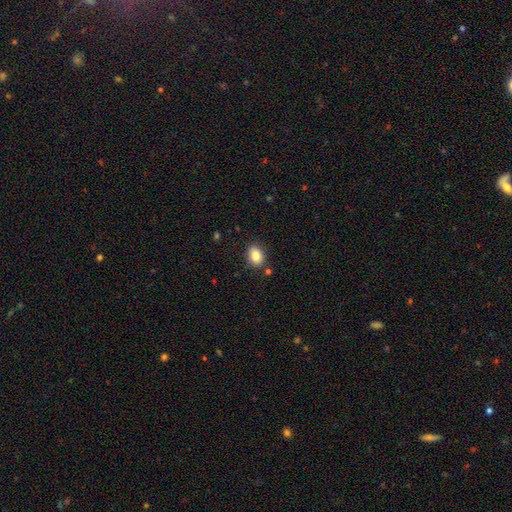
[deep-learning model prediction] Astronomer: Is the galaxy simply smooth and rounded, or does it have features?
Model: smooth — 83%.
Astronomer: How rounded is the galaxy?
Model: in between — 65%.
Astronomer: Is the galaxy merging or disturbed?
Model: none — 84%.